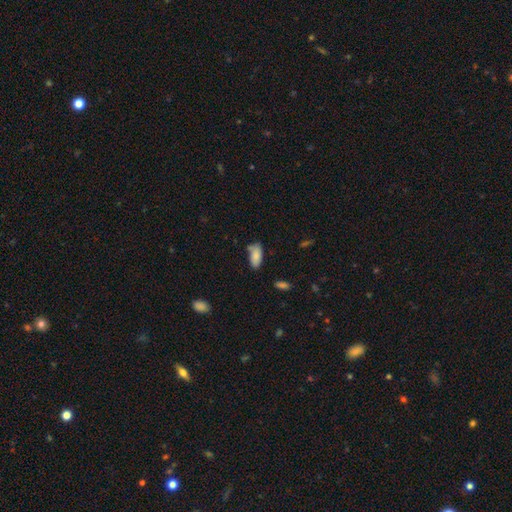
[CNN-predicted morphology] Smooth or featured? smooth (85%)
How rounded? in between (89%)
Merging? none (63%)